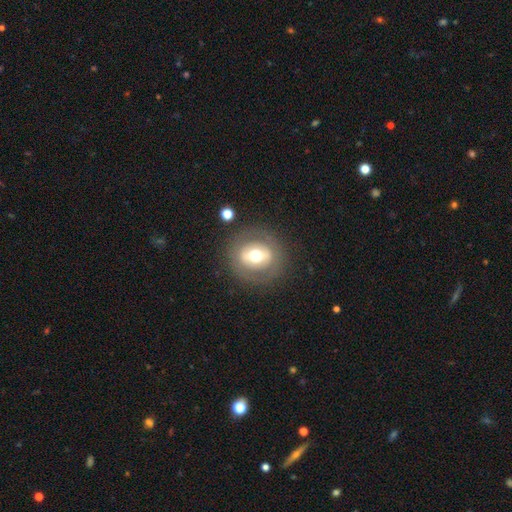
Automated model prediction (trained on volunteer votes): This appears to be a smooth galaxy with no disk features (47%). Merging: none (82%).